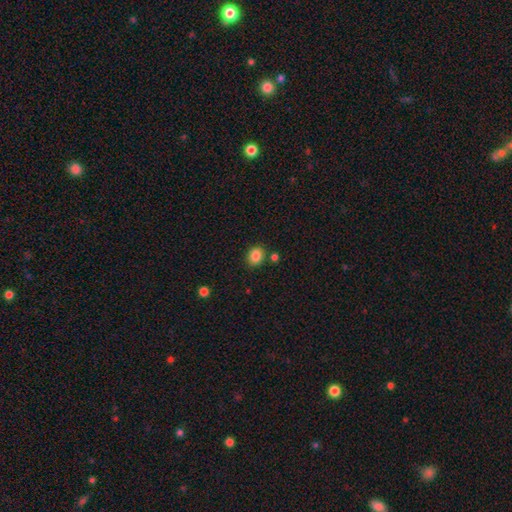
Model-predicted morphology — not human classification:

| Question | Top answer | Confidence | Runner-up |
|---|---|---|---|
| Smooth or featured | smooth | 86% | star or artifact (10%) |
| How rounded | round | 53% | in between (46%) |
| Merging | none | 82% | minor disturbance (9%) |